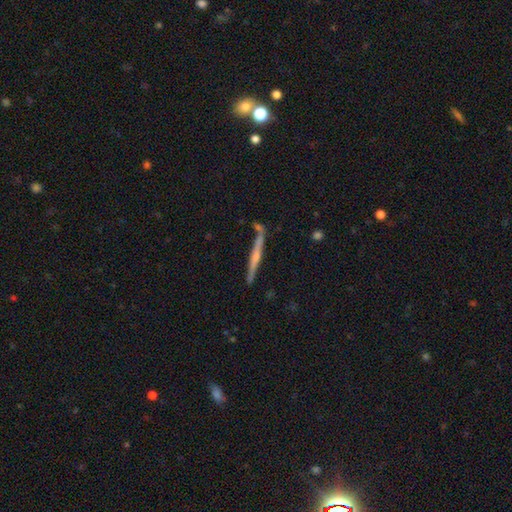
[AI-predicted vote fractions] A featured or disk galaxy (64%) viewed edge-on (97%) with a rounded central bulge (52%).

Vote fractions:
- Smooth or featured? featured or disk: 64% / smooth: 30% / star or artifact: 6%
- Edge-on disk? yes: 97% / no: 3%
- Edge-on bulge? rounded: 52% / none: 34% / boxy: 14%
- Merging? none: 78% / minor disturbance: 12% / merger: 7% / major disturbance: 3%